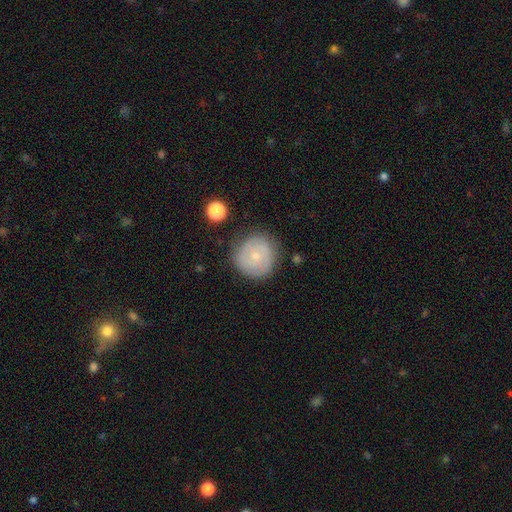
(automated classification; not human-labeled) Morphology: type=featured or disk (49%); merging=none (80%).